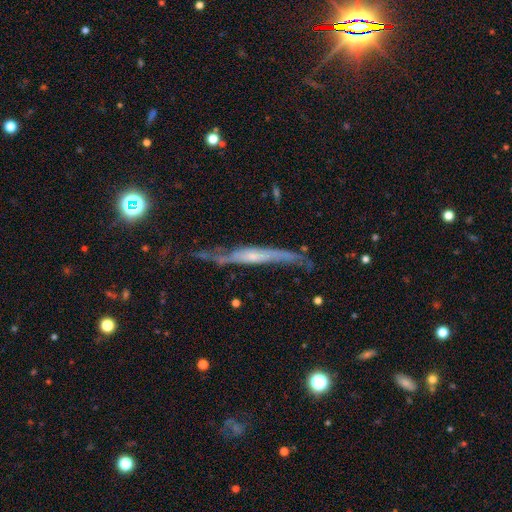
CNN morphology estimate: Q: Smooth or featured?
A: featured or disk (71%); runner-up: smooth (20%)
Q: Edge-on disk?
A: yes (74%); runner-up: no (26%)
Q: Edge-on bulge?
A: none (45%); runner-up: rounded (44%)
Q: Merging?
A: none (55%); runner-up: minor disturbance (27%)